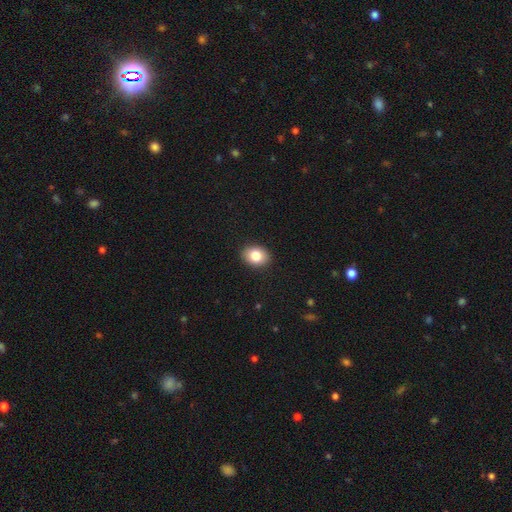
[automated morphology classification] smooth 83%, star or artifact 9%, featured or disk 8%. Down the decision tree: how rounded — in between (60%); merging — none (91%).